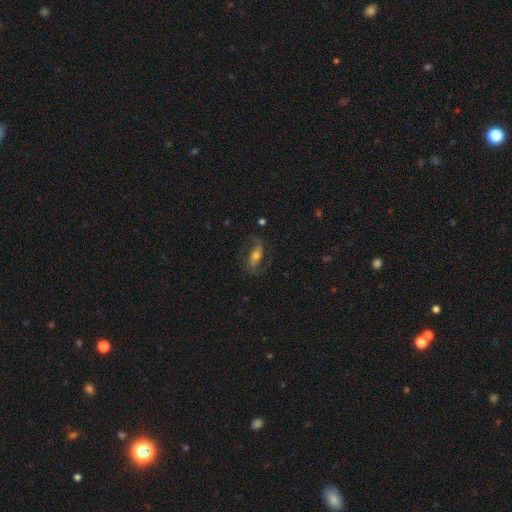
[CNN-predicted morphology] Smooth or featured? featured or disk (60%)
Edge-on disk? no (89%)
Bar? no (38%)
Spiral arms? yes (81%)
Bulge size? moderate (58%)
Merging? none (69%)